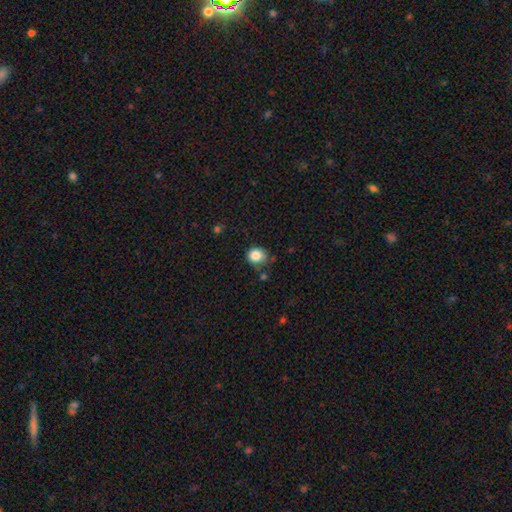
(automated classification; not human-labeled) smooth_or_featured: smooth (p=0.85) [alt: star or artifact p=0.10]
how_rounded: round (p=0.81) [alt: in between p=0.18]
merging: none (p=0.70) [alt: minor disturbance p=0.20]